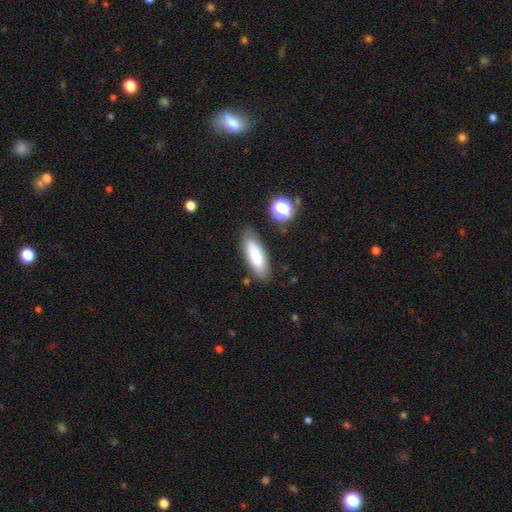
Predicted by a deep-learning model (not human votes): Smooth or featured? smooth (80%)
How rounded? in between (59%)
Merging? none (80%)